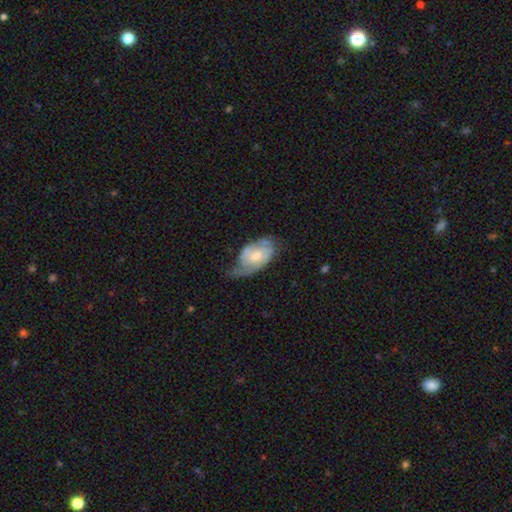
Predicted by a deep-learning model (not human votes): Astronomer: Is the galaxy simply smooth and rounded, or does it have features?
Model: featured or disk — 65%.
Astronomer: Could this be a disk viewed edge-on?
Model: no — 95%.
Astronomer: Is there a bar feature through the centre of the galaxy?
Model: no — 54% (runner-up: weak, 39%).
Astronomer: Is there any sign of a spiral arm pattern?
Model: yes — 85%.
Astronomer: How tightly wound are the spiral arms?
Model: medium — 42% (runner-up: tight, 33%).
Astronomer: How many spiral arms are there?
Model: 2 — 62%.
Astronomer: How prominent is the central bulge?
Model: moderate — 54% (runner-up: small, 35%).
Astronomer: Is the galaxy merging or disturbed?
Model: none — 41% (runner-up: minor disturbance, 34%).